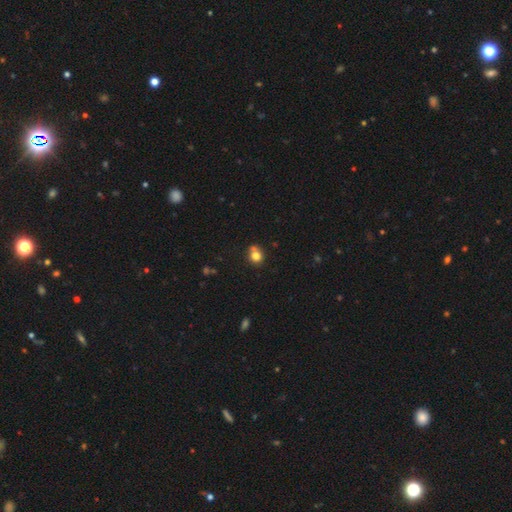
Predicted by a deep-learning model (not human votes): smooth_or_featured: smooth (p=0.79) [alt: star or artifact p=0.12]
how_rounded: round (p=0.77) [alt: in between p=0.22]
merging: none (p=0.60) [alt: merger p=0.19]